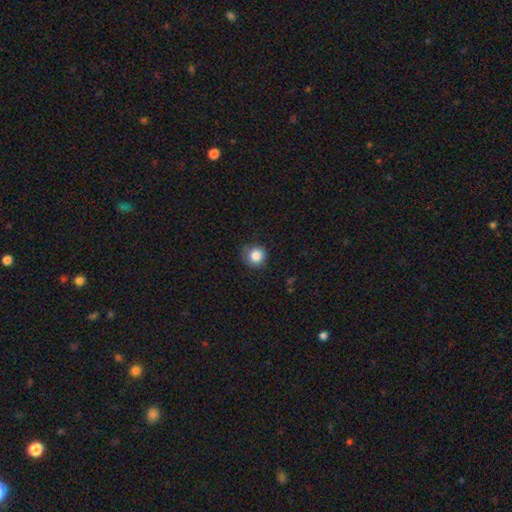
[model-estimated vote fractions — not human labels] Morphology: type=smooth (85%); roundness=round (89%); merging=none (74%).